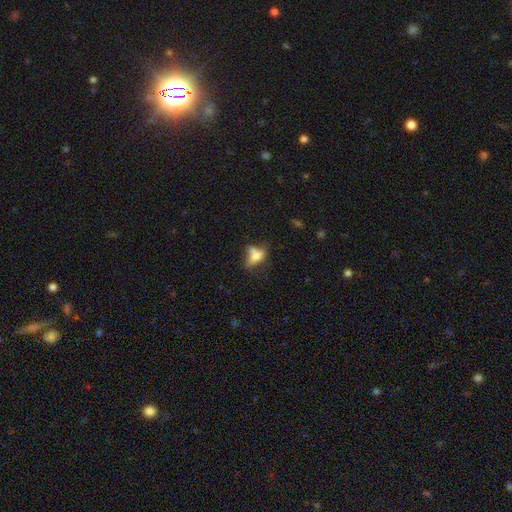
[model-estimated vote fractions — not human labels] This appears to be a smooth galaxy with no disk features (61%) that is in between round and cigar-shaped (75%). Merging: none (33%).